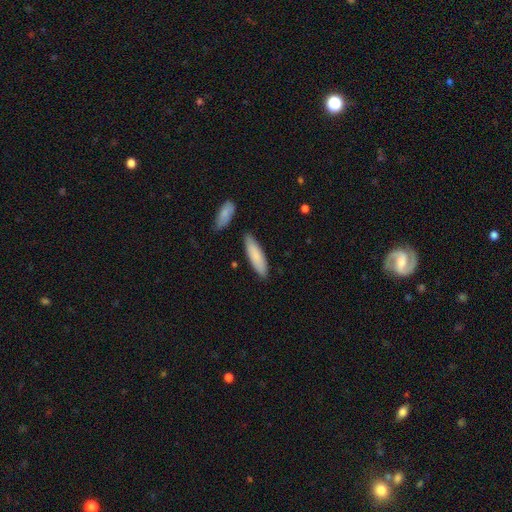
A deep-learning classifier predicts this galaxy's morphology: Smooth or featured?
  - smooth: 84% *
  - featured or disk: 11%
  - star or artifact: 6%
How rounded?
  - cigar-shaped: 61% *
  - in between: 38%
  - round: 1%
Merging?
  - none: 84% *
  - minor disturbance: 10%
  - merger: 3%
  - major disturbance: 2%